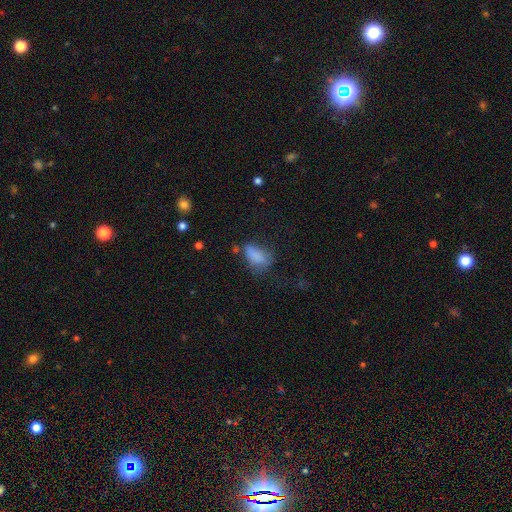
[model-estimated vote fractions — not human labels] Smooth or featured? smooth (79%)
How rounded? in between (88%)
Merging? none (39%)